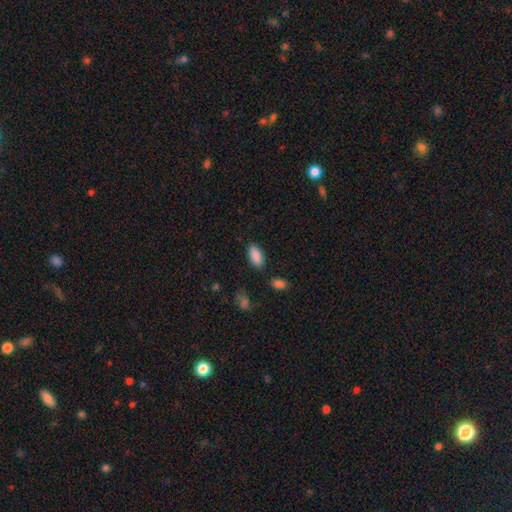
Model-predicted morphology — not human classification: Smooth or featured?
  - smooth: 89% *
  - star or artifact: 7%
  - featured or disk: 4%
How rounded?
  - in between: 89% *
  - cigar-shaped: 9%
  - round: 2%
Merging?
  - none: 85% *
  - minor disturbance: 10%
  - merger: 3%
  - major disturbance: 3%